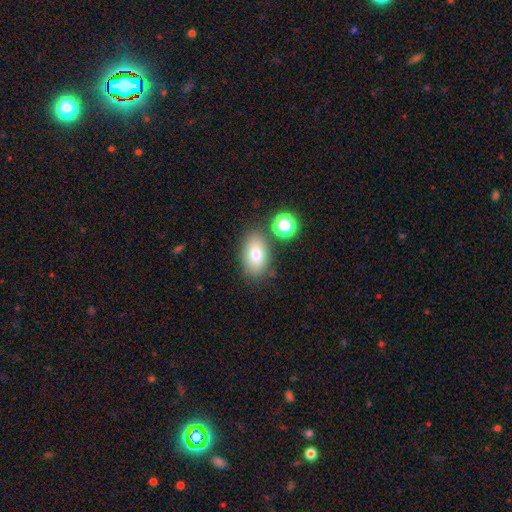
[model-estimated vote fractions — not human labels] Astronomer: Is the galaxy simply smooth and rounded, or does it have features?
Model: smooth — 79%.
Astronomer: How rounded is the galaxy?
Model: in between — 90%.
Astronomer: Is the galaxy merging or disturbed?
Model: none — 77%.